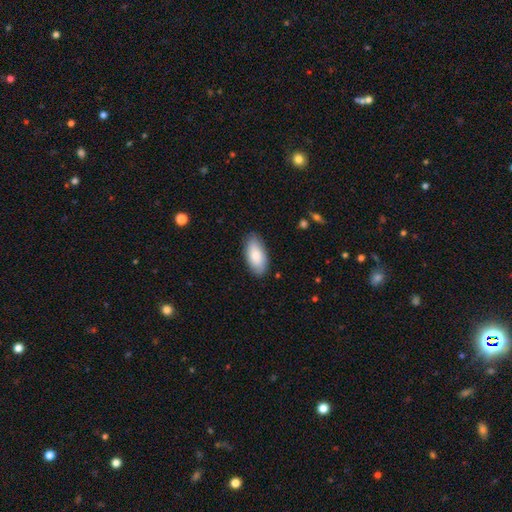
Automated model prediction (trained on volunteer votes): Smooth or featured: smooth — 85% (featured or disk — 10%)
How rounded: in between — 91% (cigar-shaped — 7%)
Merging: none — 85% (minor disturbance — 12%)